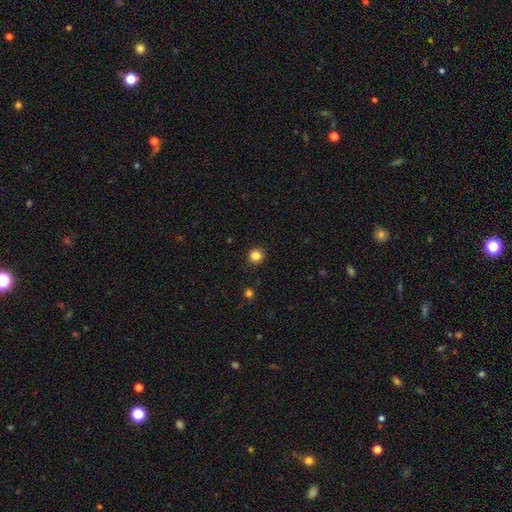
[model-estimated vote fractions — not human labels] Morphology: type=smooth (84%); roundness=round (93%); merging=none (92%).